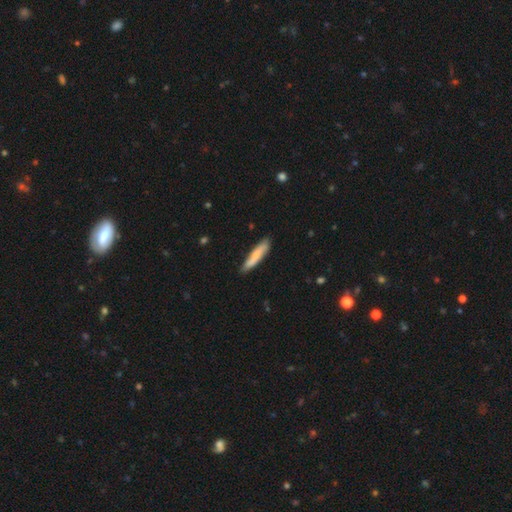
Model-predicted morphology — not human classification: A smooth galaxy with no disk features (73%) that is cigar-shaped (85%).

Vote fractions:
- Smooth or featured? smooth: 73% / featured or disk: 22% / star or artifact: 5%
- How rounded? cigar-shaped: 85% / in between: 14% / round: 1%
- Merging? none: 82% / minor disturbance: 14% / major disturbance: 2% / merger: 2%